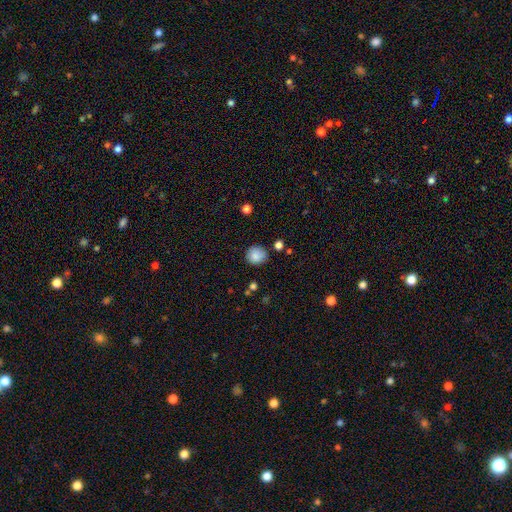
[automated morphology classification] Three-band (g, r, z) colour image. It shows a smooth galaxy with no disk features (87%) that is round (87%). Merging: none (78%).